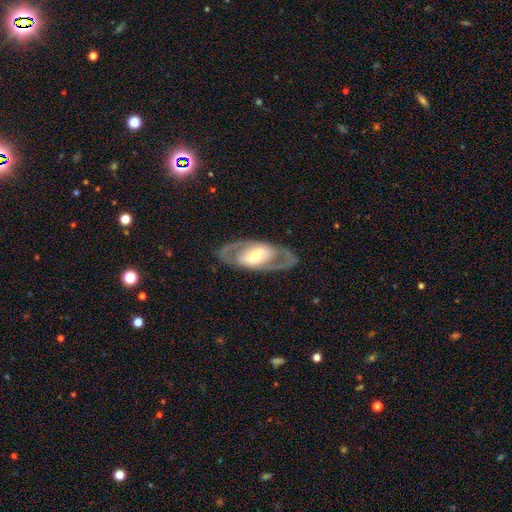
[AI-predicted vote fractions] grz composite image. It shows a featured or disk galaxy (76%) with a strong bar (42%), spiral arms (63%) and a moderate central bulge (45%). Merging: none (82%).